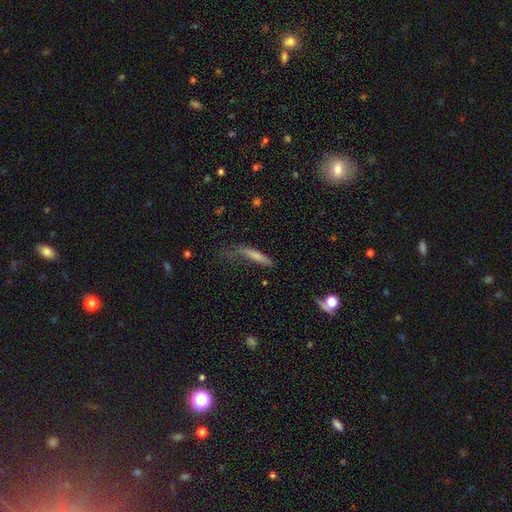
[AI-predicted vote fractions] The model was most divided on "merging": none: 44%, minor disturbance: 29%, major disturbance: 22%, merger: 4%. More confident: how rounded — cigar-shaped (87%); smooth or featured — smooth (70%).